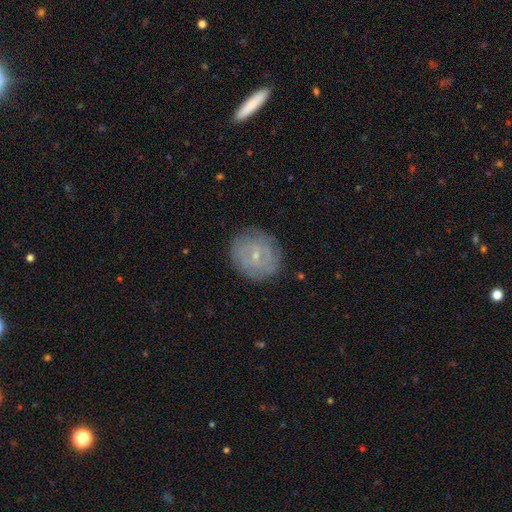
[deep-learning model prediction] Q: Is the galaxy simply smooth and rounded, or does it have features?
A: featured or disk — 62%.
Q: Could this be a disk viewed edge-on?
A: no — 97%.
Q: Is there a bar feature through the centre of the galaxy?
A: no — 63%.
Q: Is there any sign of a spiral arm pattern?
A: yes — 73%.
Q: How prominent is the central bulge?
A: small — 76%.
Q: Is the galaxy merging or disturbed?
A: none — 82%.